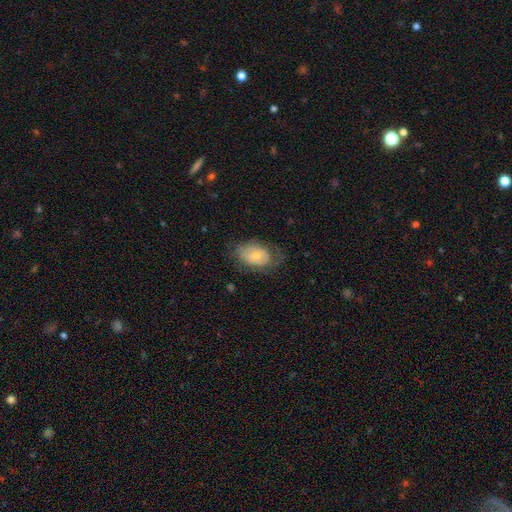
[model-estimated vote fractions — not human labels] Morphology: type=smooth (59%); roundness=in between (86%); merging=none (53%).